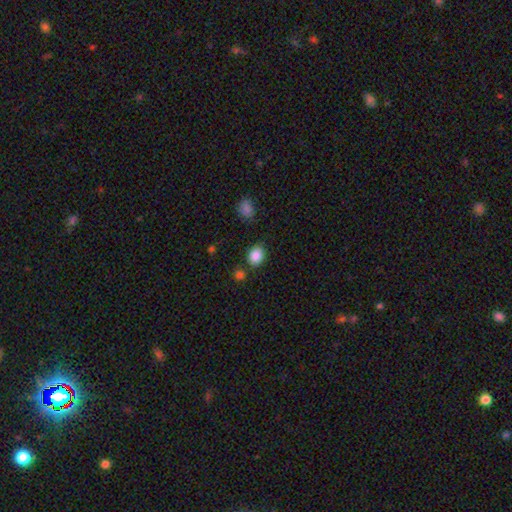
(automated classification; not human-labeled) Q: Smooth or featured?
A: smooth (86%); runner-up: star or artifact (9%)
Q: How rounded?
A: in between (52%); runner-up: round (47%)
Q: Merging?
A: none (77%); runner-up: minor disturbance (13%)